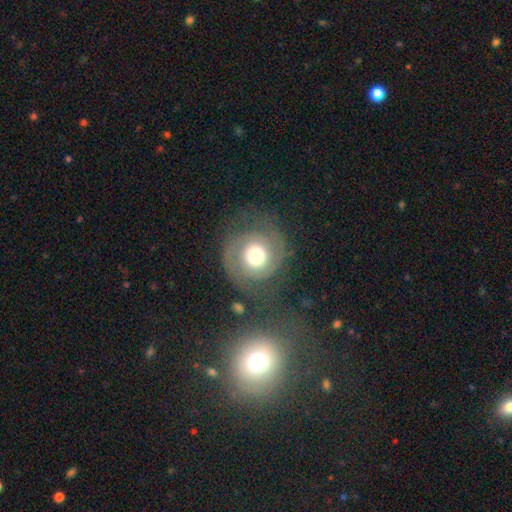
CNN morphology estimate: Smooth or featured: featured or disk — 66% (smooth — 26%)
Edge-on disk: no — 98% (yes — 2%)
Bar: no — 82% (weak — 14%)
Spiral arms: yes — 85% (no — 15%)
Spiral winding: tight — 49% (medium — 34%)
Spiral arm count: 2 — 72% (can't tell — 12%)
Bulge size: moderate — 58% (large — 30%)
Merging: none — 64% (major disturbance — 17%)